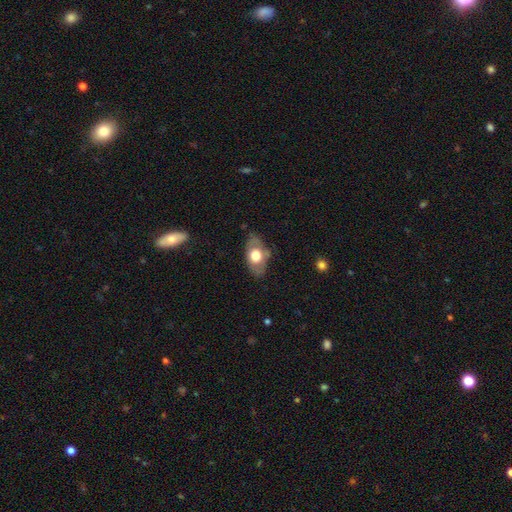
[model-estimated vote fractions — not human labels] Smooth or featured?
  - smooth: 57% *
  - featured or disk: 37%
  - star or artifact: 6%
How rounded?
  - in between: 88% *
  - round: 10%
  - cigar-shaped: 3%
Merging?
  - none: 71% *
  - minor disturbance: 21%
  - major disturbance: 6%
  - merger: 2%